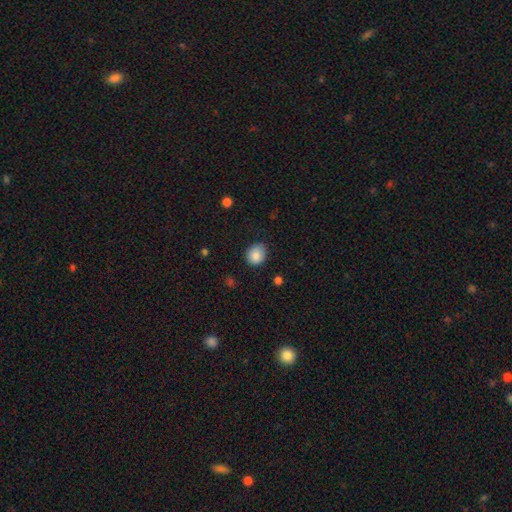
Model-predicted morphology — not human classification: Smooth or featured? smooth (86%)
How rounded? round (70%)
Merging? none (77%)